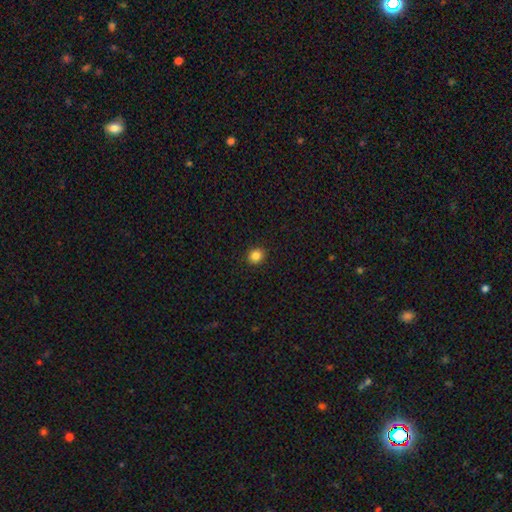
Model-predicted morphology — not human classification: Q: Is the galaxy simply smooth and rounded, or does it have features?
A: smooth — 85%.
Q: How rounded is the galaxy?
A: round — 82%.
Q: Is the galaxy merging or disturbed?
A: none — 92%.